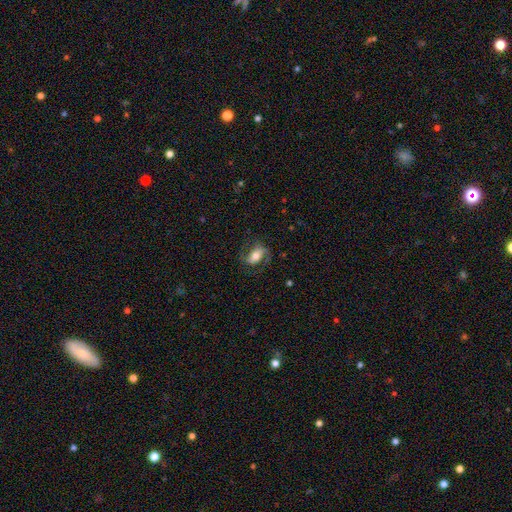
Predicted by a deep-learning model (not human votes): Smooth or featured: smooth — 48% (featured or disk — 44%)
Merging: none — 66% (minor disturbance — 19%)